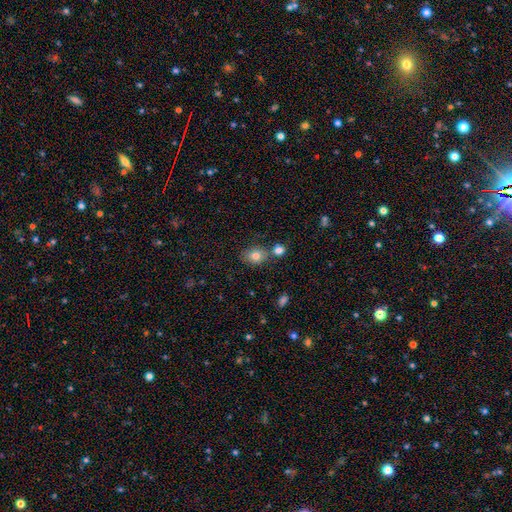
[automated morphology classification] smooth_or_featured: smooth (p=0.81) [alt: star or artifact p=0.10]
how_rounded: in between (p=0.57) [alt: round p=0.42]
merging: none (p=0.66) [alt: merger p=0.17]